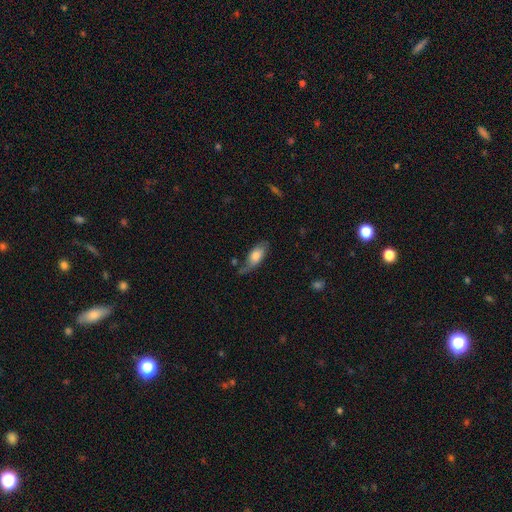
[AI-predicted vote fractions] A smooth galaxy with no disk features (69%) that is in between round and cigar-shaped (85%). Merging: none (51%).